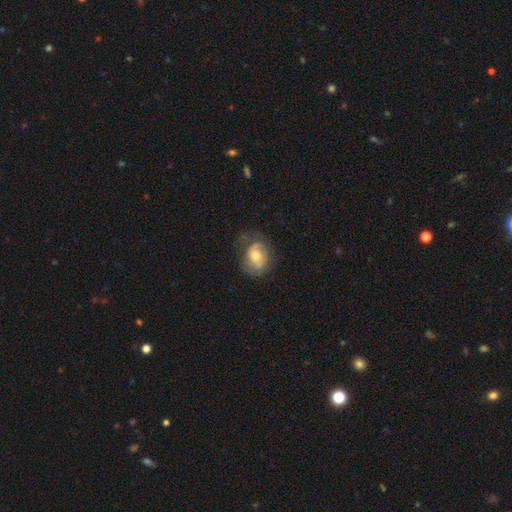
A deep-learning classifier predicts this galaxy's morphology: Overall: featured or disk (49%; smooth 42%). Merging: none (57%; minor disturbance 25%).